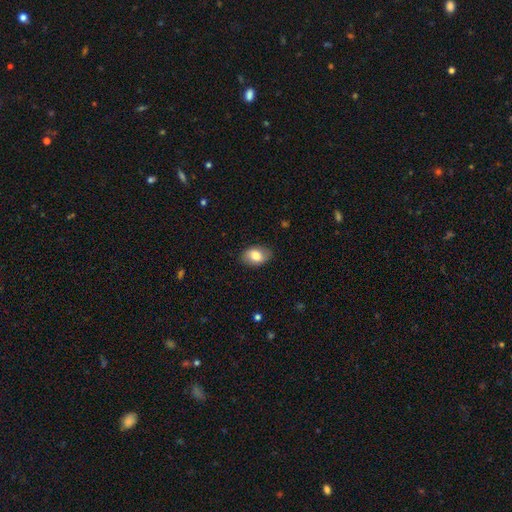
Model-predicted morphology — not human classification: Smooth or featured: smooth — 79% (featured or disk — 14%)
How rounded: in between — 86% (round — 13%)
Merging: none — 84% (minor disturbance — 12%)